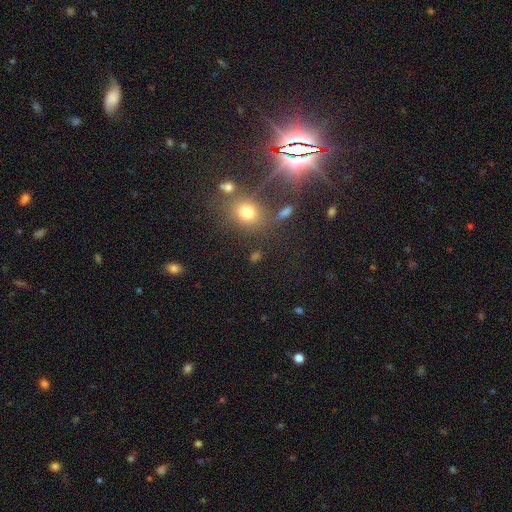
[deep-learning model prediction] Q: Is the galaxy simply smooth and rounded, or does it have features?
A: smooth — 49%.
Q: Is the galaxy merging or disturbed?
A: none — 72%.